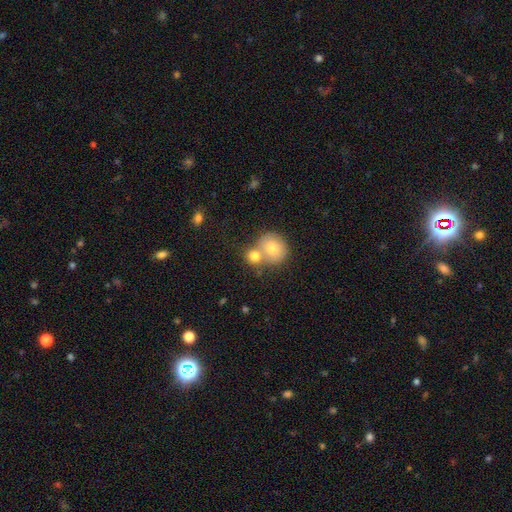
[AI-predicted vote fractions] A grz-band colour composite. It shows a smooth galaxy with no disk features (75%) that is round (82%). Merging: merger (47%).